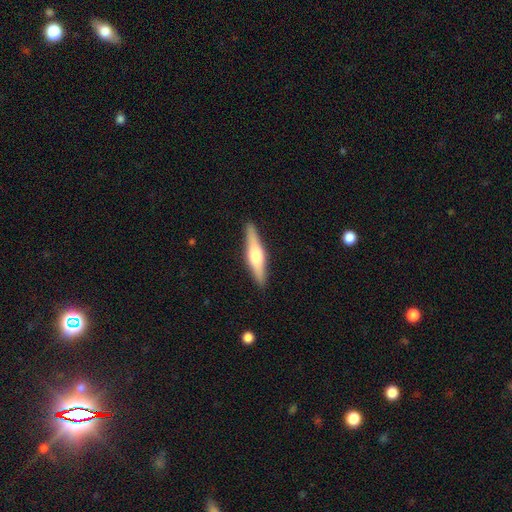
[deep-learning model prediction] This is possibly a featured or disk galaxy (58%). It is clearly viewed edge-on (96%). Edge-on bulge: clearly rounded (87%). Merging: clearly none (90%).